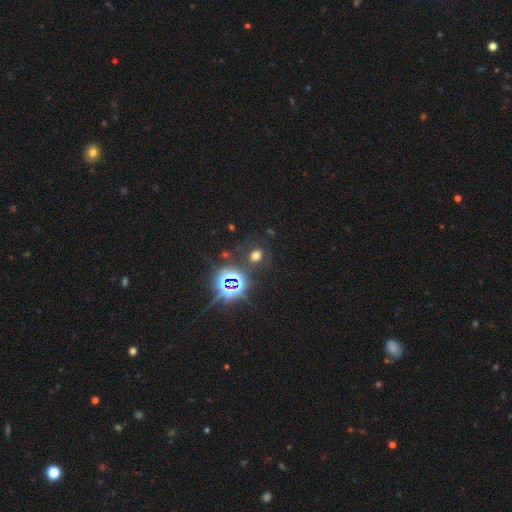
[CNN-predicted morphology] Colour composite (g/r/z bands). It shows a smooth galaxy with no disk features (54%) that is round (55%). Merging: none (81%).